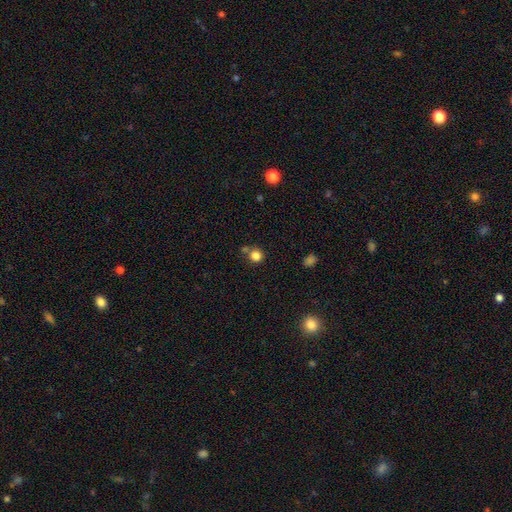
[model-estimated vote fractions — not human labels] smooth 84%, star or artifact 12%, featured or disk 5%. Down the decision tree: how rounded — round (90%); merging — none (66%).